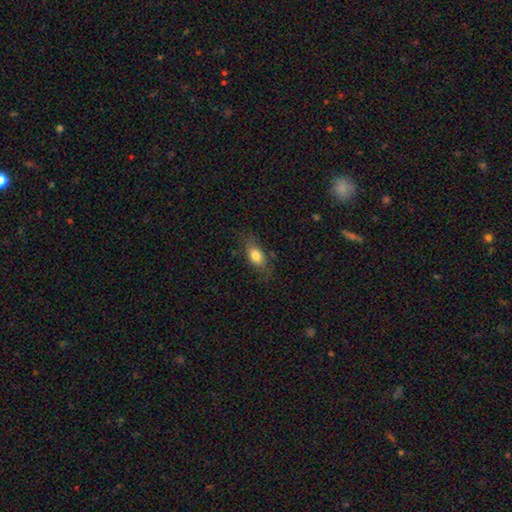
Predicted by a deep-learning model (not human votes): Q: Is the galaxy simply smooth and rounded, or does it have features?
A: smooth — 78%.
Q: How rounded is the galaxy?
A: in between — 83%.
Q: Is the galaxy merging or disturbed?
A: none — 72%.